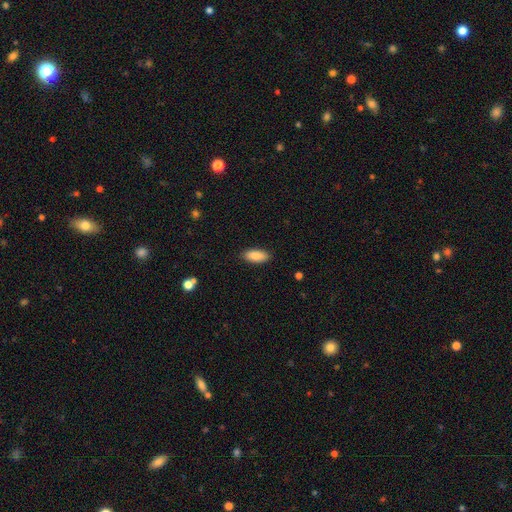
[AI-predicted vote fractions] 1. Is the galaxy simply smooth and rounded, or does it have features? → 86% smooth, 8% featured or disk, 6% star or artifact.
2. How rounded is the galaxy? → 85% in between, 13% cigar-shaped, 2% round.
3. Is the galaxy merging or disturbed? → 89% none, 8% minor disturbance, 2% major disturbance, 1% merger.